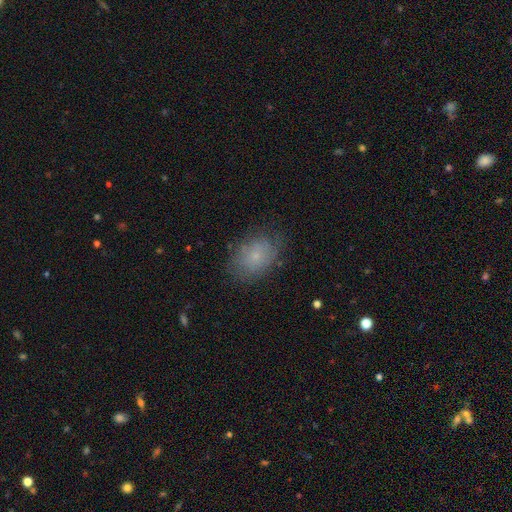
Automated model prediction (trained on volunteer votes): Q: Smooth or featured?
A: smooth (67%); runner-up: featured or disk (22%)
Q: How rounded?
A: in between (73%); runner-up: round (26%)
Q: Merging?
A: none (71%); runner-up: minor disturbance (20%)